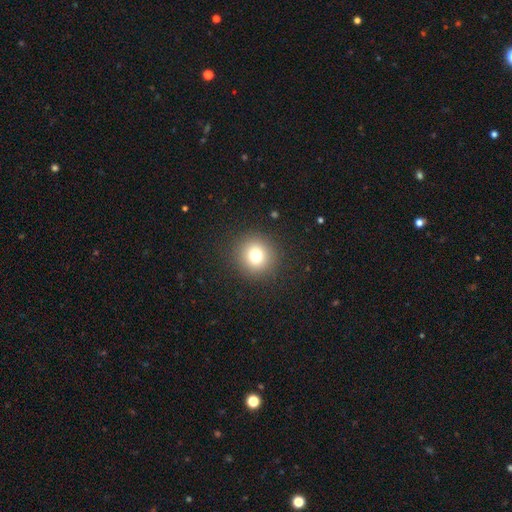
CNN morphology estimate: smooth 77%, star or artifact 14%, featured or disk 9%. Down the decision tree: how rounded — round (93%); merging — none (91%).